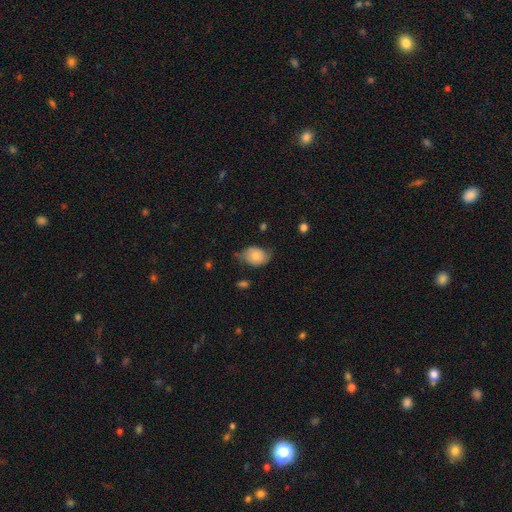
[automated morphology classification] smooth_or_featured: smooth (p=0.73) [alt: featured or disk p=0.19]
how_rounded: in between (p=0.73) [alt: round p=0.26]
merging: none (p=0.49) [alt: minor disturbance p=0.38]